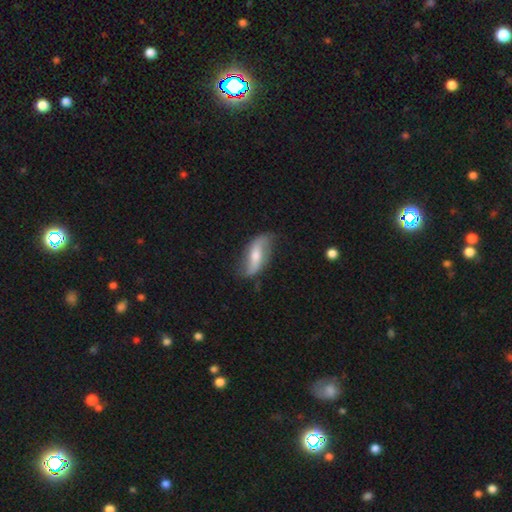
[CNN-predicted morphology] Smooth or featured?
  - featured or disk: 69% *
  - smooth: 25%
  - star or artifact: 6%
Edge-on disk?
  - no: 85% *
  - yes: 15%
Bar?
  - weak: 38% *
  - strong: 33%
  - no: 29%
Spiral arms?
  - yes: 89% *
  - no: 11%
Spiral winding?
  - loose: 86% *
  - medium: 10%
  - tight: 4%
Spiral arm count?
  - 2: 91% *
  - can't tell: 4%
  - 1: 3%
  - 3: 1%
  - 4: 1%
  - more than 4: 1%
Bulge size?
  - moderate: 52% *
  - small: 31%
  - large: 8%
  - none: 6%
  - dominant: 2%
Merging?
  - none: 71% *
  - minor disturbance: 21%
  - major disturbance: 7%
  - merger: 2%